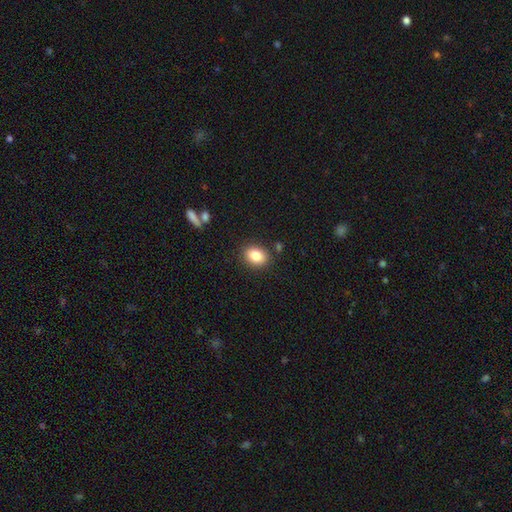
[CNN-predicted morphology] The model was most divided on "how rounded": in between: 62%, round: 37%, cigar-shaped: 1%. More confident: merging — none (85%); smooth or featured — smooth (84%).